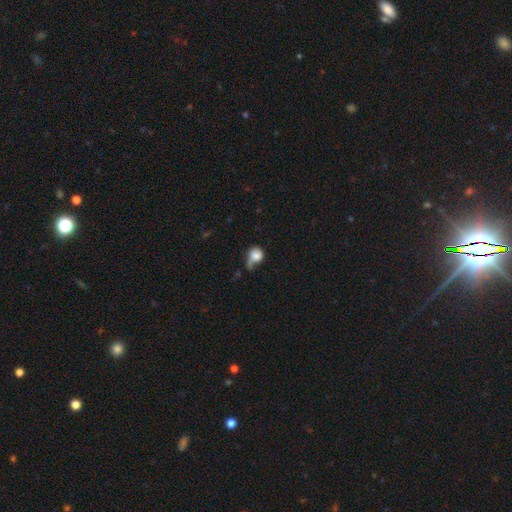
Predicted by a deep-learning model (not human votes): Smooth or featured?
  - smooth: 71% *
  - featured or disk: 20%
  - star or artifact: 9%
How rounded?
  - round: 58% *
  - in between: 41%
  - cigar-shaped: 1%
Merging?
  - major disturbance: 36% *
  - minor disturbance: 25%
  - none: 25%
  - merger: 14%